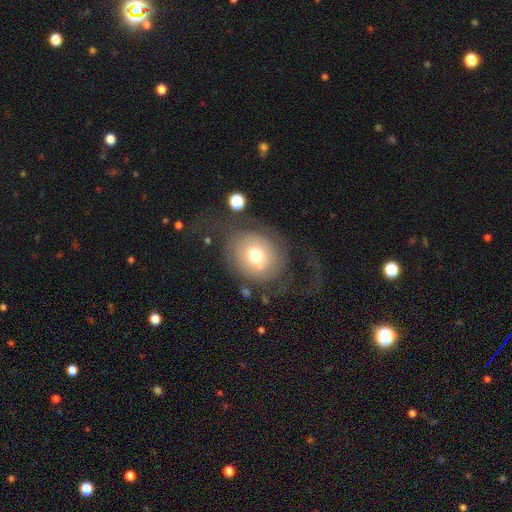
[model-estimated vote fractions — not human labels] Morphology: type=smooth (57%); roundness=round (73%); merging=none (52%).